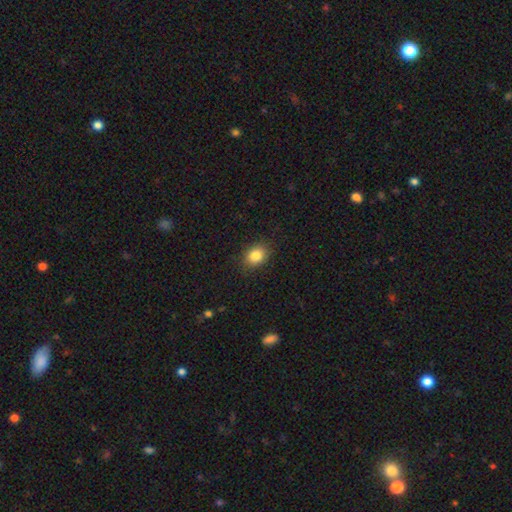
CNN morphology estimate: Smooth or featured?
  - smooth: 85% *
  - star or artifact: 9%
  - featured or disk: 6%
How rounded?
  - in between: 64% *
  - round: 35%
  - cigar-shaped: 1%
Merging?
  - none: 86% *
  - minor disturbance: 10%
  - major disturbance: 3%
  - merger: 1%